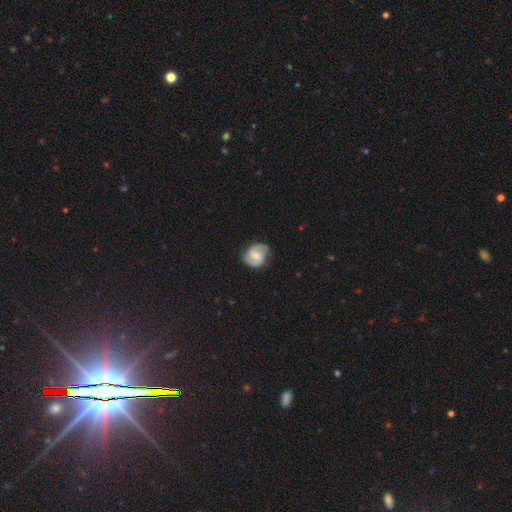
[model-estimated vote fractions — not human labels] This is likely a featured or disk galaxy (69%). It is clearly not viewed edge-on (98%). Bar: possibly weak (53%). Spiral arm pattern: clearly yes (92%). Spiral arm count: clearly 2 (87%). Spiral winding: possibly medium (48%). Central bulge: marginally moderate (45%). Merging: likely none (75%).